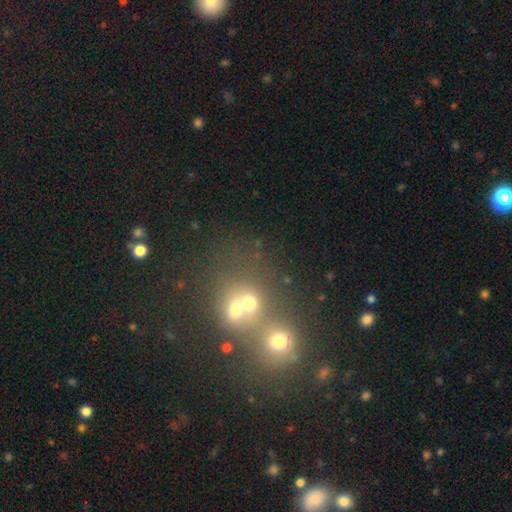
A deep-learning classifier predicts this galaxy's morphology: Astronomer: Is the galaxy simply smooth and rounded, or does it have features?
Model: smooth — 49% (runner-up: star or artifact, 34%).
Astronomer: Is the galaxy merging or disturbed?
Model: merger — 47% (runner-up: none, 40%).